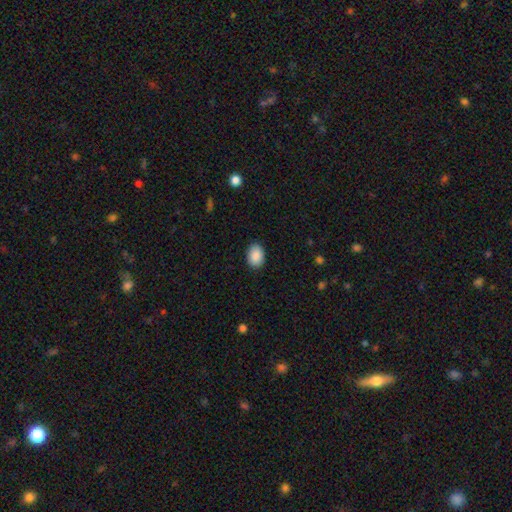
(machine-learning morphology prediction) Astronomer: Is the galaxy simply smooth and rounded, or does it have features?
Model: smooth — 90%.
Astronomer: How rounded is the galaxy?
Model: in between — 81%.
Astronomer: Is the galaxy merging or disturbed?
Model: none — 88%.